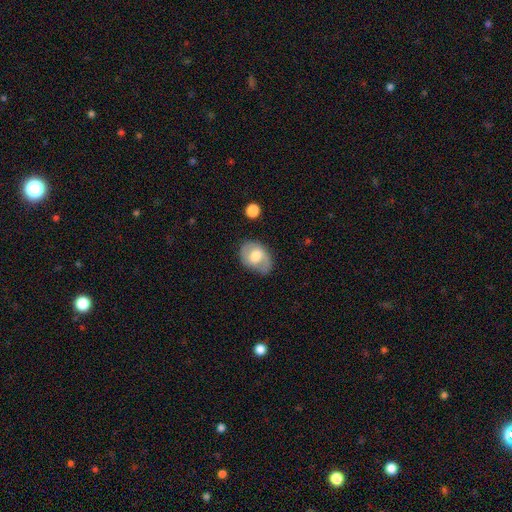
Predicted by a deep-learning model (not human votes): Smooth or featured?
  - smooth: 52% *
  - featured or disk: 41%
  - star or artifact: 7%
How rounded?
  - in between: 76% *
  - round: 22%
  - cigar-shaped: 1%
Merging?
  - none: 63% *
  - minor disturbance: 26%
  - major disturbance: 9%
  - merger: 2%